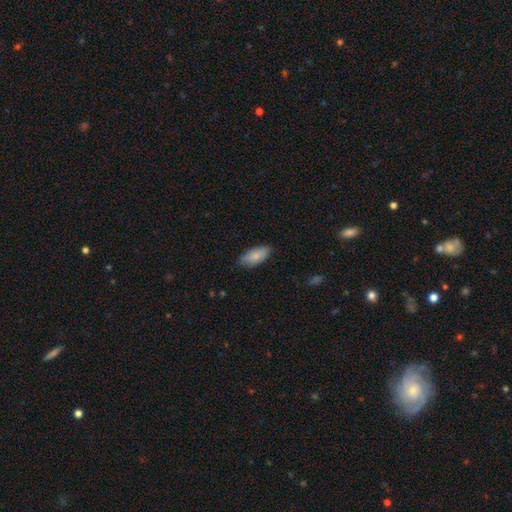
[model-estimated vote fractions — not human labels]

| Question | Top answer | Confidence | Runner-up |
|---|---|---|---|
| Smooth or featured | smooth | 81% | featured or disk (13%) |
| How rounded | in between | 89% | cigar-shaped (9%) |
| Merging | none | 79% | minor disturbance (17%) |